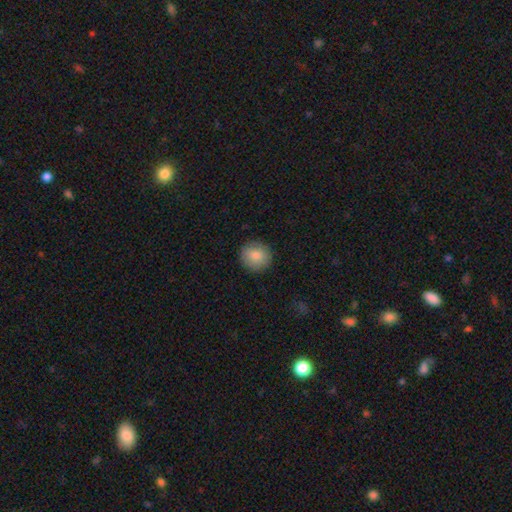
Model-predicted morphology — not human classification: This appears to be a smooth galaxy with no disk features (83%) that is round (90%). Merging: none (90%).